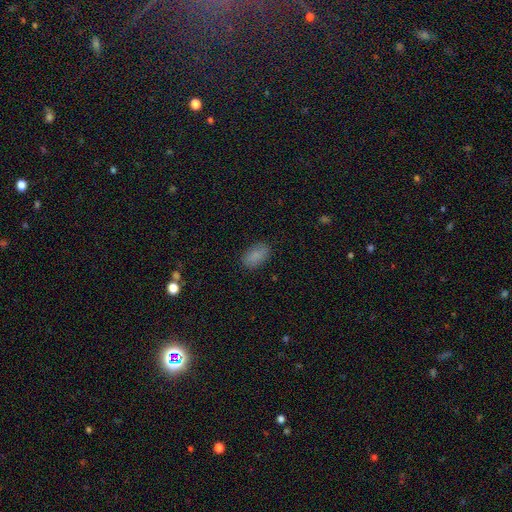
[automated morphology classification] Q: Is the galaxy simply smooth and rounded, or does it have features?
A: smooth — 85%.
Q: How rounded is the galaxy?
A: in between — 92%.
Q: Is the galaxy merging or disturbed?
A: none — 86%.